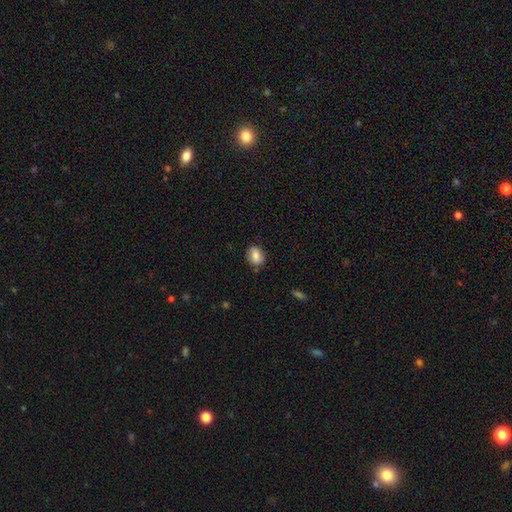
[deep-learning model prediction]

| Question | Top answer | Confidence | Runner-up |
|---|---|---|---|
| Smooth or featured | smooth | 80% | featured or disk (12%) |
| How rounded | in between | 57% | round (41%) |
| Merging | none | 79% | minor disturbance (16%) |